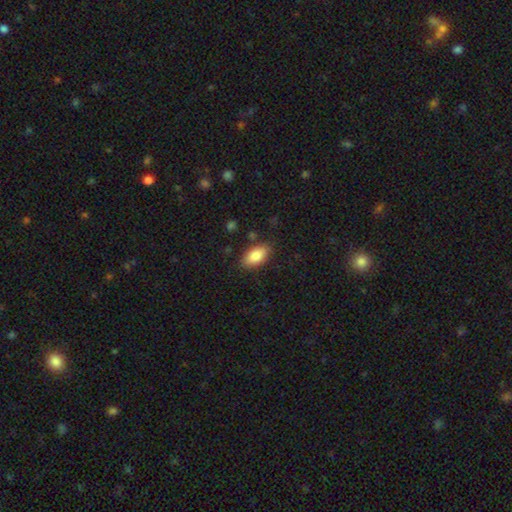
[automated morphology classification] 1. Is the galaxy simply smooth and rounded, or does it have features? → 84% smooth, 9% featured or disk, 7% star or artifact.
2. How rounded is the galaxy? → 90% in between, 6% cigar-shaped, 3% round.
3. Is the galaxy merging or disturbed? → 83% none, 12% minor disturbance, 3% major disturbance, 2% merger.